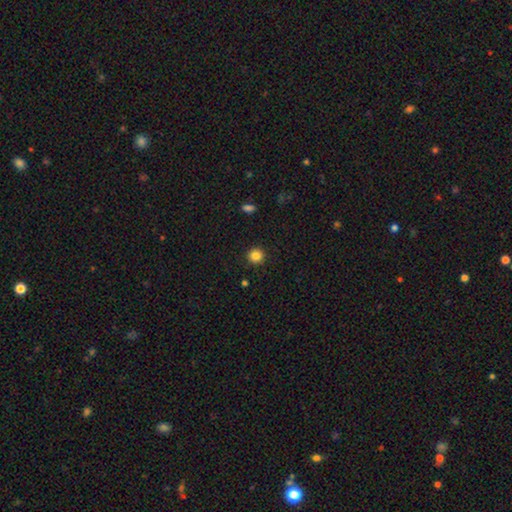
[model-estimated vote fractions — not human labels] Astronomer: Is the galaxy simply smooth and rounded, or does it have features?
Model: smooth — 85%.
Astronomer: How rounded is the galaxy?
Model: round — 95%.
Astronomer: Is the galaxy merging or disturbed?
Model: none — 92%.